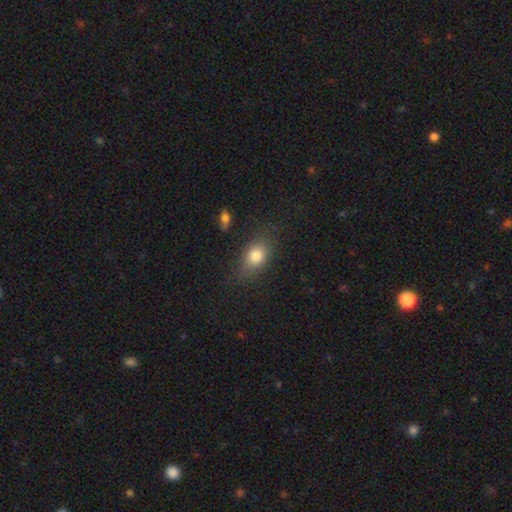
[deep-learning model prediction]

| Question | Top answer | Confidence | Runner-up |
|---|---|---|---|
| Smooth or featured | smooth | 79% | featured or disk (11%) |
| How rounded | in between | 74% | round (22%) |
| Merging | none | 74% | minor disturbance (18%) |